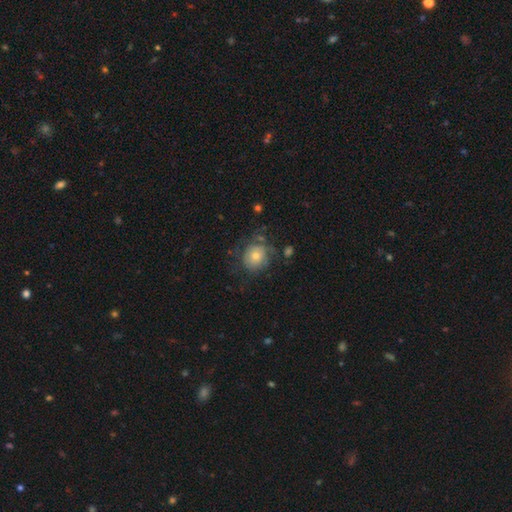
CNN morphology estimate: This is possibly a smooth galaxy (49%). Merging: likely none (62%).